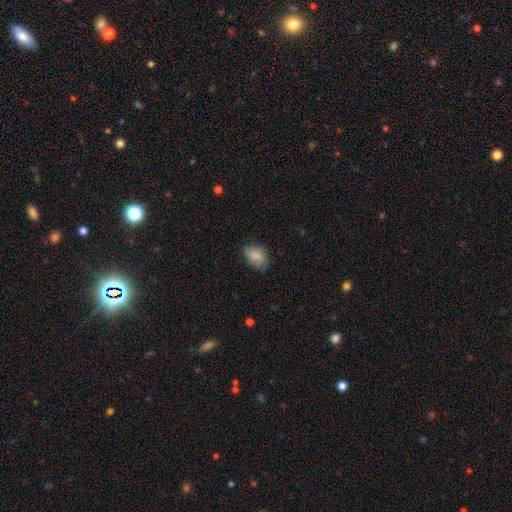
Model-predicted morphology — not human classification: Smooth or featured?
  - smooth: 80% *
  - featured or disk: 12%
  - star or artifact: 8%
How rounded?
  - in between: 78% *
  - round: 21%
  - cigar-shaped: 1%
Merging?
  - none: 64% *
  - minor disturbance: 27%
  - major disturbance: 7%
  - merger: 1%